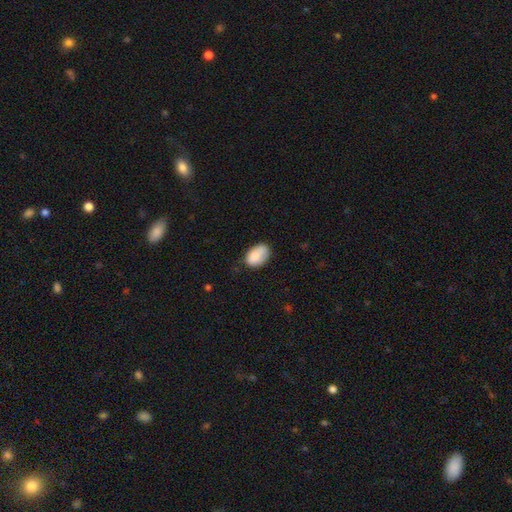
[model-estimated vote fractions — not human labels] This is clearly a smooth galaxy (84%). How rounded: clearly in between (90%). Merging: likely none (61%).